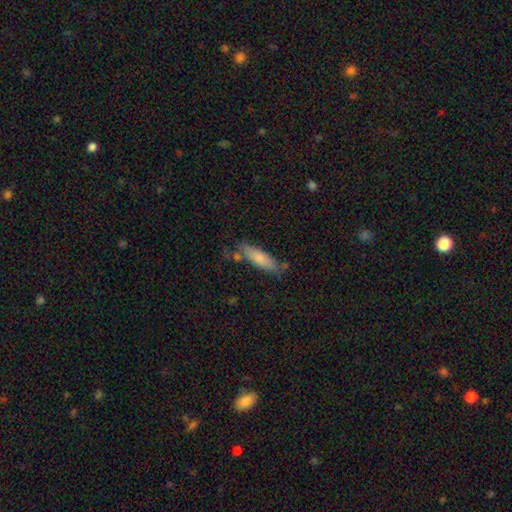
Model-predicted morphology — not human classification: smooth_or_featured: smooth (p=0.73) [alt: featured or disk p=0.20]
how_rounded: cigar-shaped (p=0.67) [alt: in between p=0.31]
merging: none (p=0.74) [alt: minor disturbance p=0.17]